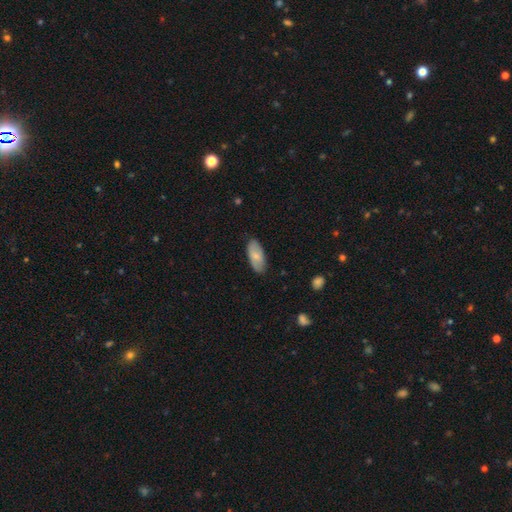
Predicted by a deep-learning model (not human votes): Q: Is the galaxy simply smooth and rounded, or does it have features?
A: smooth — 69%.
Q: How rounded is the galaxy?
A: in between — 90%.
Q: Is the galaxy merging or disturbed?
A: none — 81%.